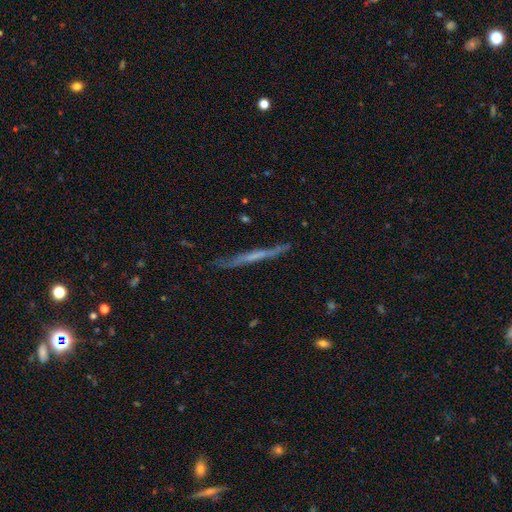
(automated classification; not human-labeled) Smooth or featured: featured or disk — 60% (smooth — 32%)
Edge-on disk: yes — 94% (no — 6%)
Edge-on bulge: none — 77% (rounded — 16%)
Merging: none — 82% (minor disturbance — 13%)